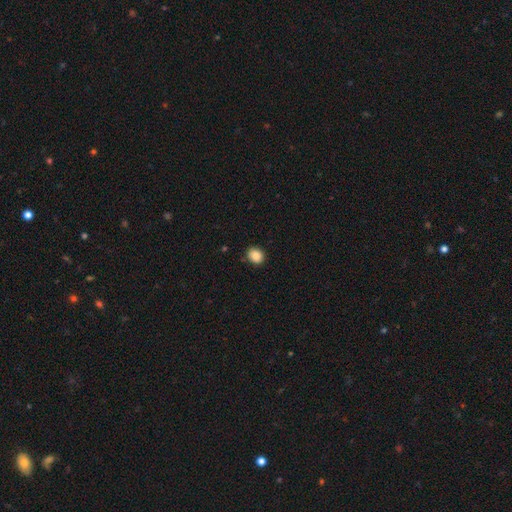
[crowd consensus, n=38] smooth-or-featured: smooth: 87% | featured or disk: 8% | star or artifact: 5%
  how-rounded: round: 64% | in between: 36% | cigar-shaped: 0%
  merging: none: 86% | minor disturbance: 8% | merger: 6% | major disturbance: 0%